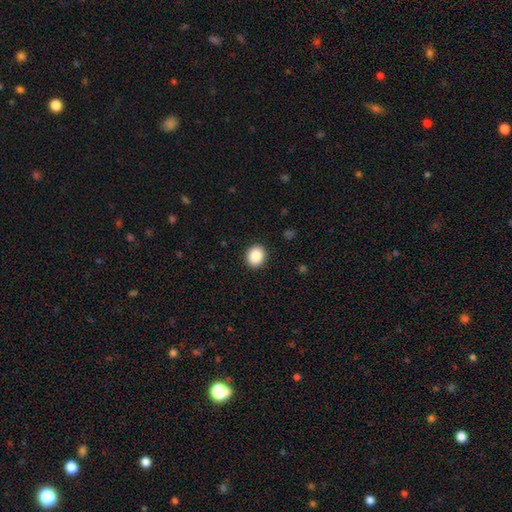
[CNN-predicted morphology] Smooth or featured? Predicted: smooth (p=0.87). How rounded? Predicted: round (p=0.80). Merging? Predicted: none (p=0.92).